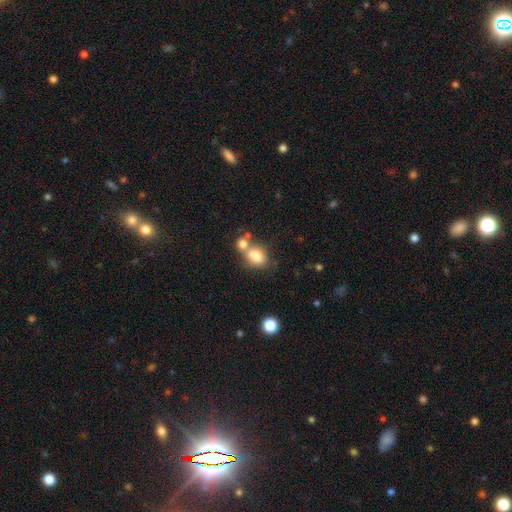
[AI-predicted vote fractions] Smooth or featured? smooth (80%)
How rounded? in between (55%)
Merging? none (43%)